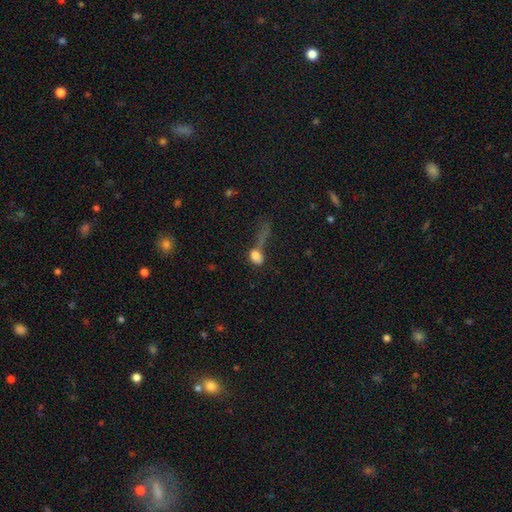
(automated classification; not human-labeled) smooth-or-featured: smooth: 71% | featured or disk: 17% | star or artifact: 11%
  how-rounded: in between: 68% | round: 26% | cigar-shaped: 5%
  merging: major disturbance: 49% | merger: 19% | none: 18% | minor disturbance: 13%